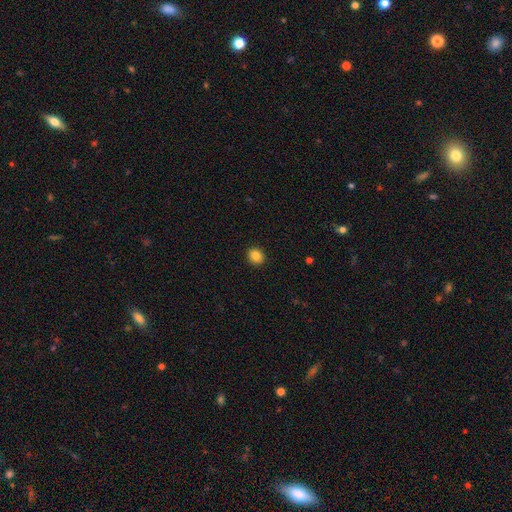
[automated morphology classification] smooth_or_featured: smooth (p=0.84) [alt: star or artifact p=0.10]
how_rounded: round (p=0.76) [alt: in between p=0.23]
merging: none (p=0.92) [alt: minor disturbance p=0.06]